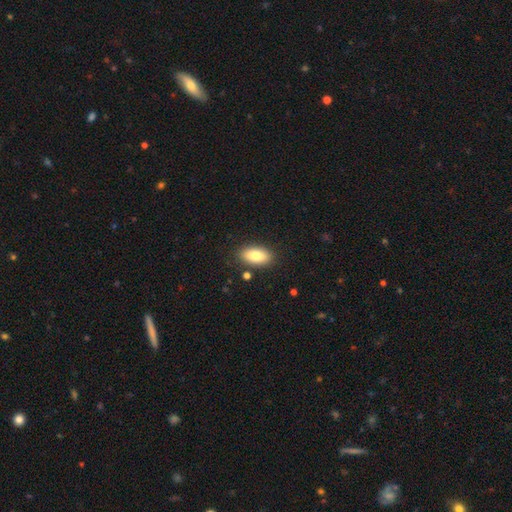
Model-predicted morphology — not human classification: smooth-or-featured: smooth: 83% | featured or disk: 10% | star or artifact: 7%
  how-rounded: in between: 91% | cigar-shaped: 5% | round: 4%
  merging: none: 86% | minor disturbance: 10% | merger: 2% | major disturbance: 2%